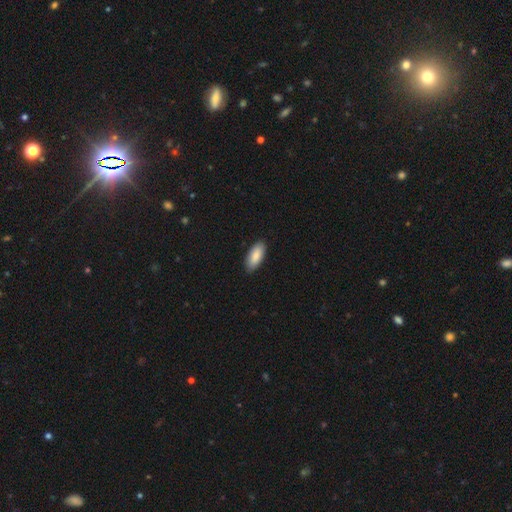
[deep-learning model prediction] This is clearly a smooth galaxy (88%). How rounded: clearly in between (87%). Merging: clearly none (88%).